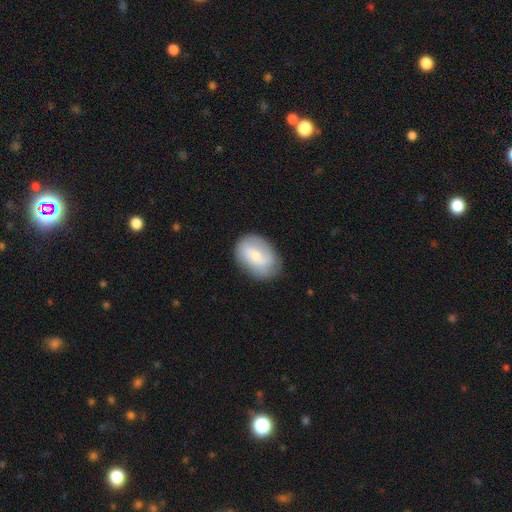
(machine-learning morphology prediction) smooth 55%, featured or disk 39%, star or artifact 7%. Down the decision tree: how rounded — in between (74%); merging — none (75%).